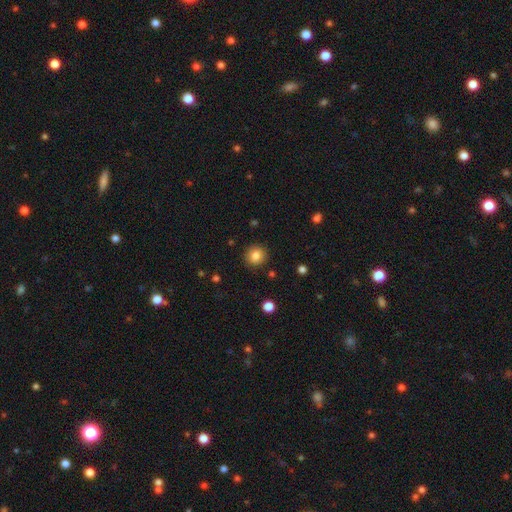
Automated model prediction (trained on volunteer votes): smooth_or_featured: smooth (p=0.84) [alt: star or artifact p=0.10]
how_rounded: round (p=0.91) [alt: in between p=0.08]
merging: none (p=0.90) [alt: minor disturbance p=0.06]